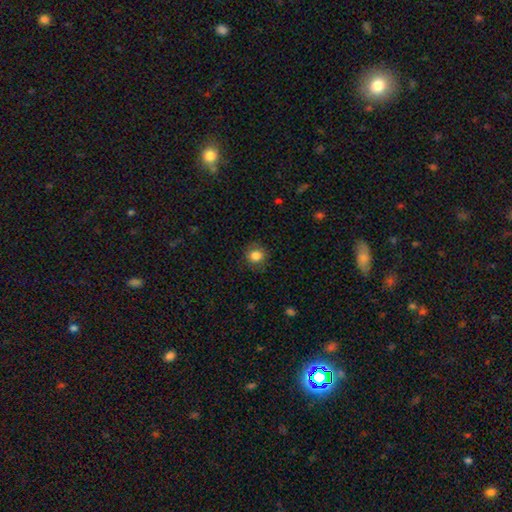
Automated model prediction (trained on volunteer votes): Smooth or featured: smooth — 84% (star or artifact — 10%)
How rounded: round — 84% (in between — 15%)
Merging: none — 85% (minor disturbance — 10%)